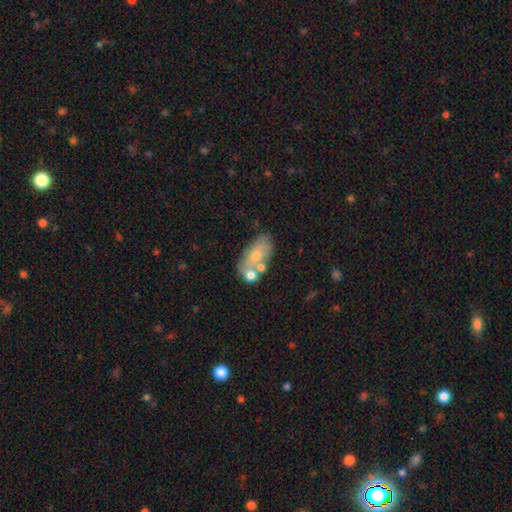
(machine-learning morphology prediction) This appears to be a smooth galaxy with no disk features (54%) that is in between round and cigar-shaped (88%). Merging: none (43%).